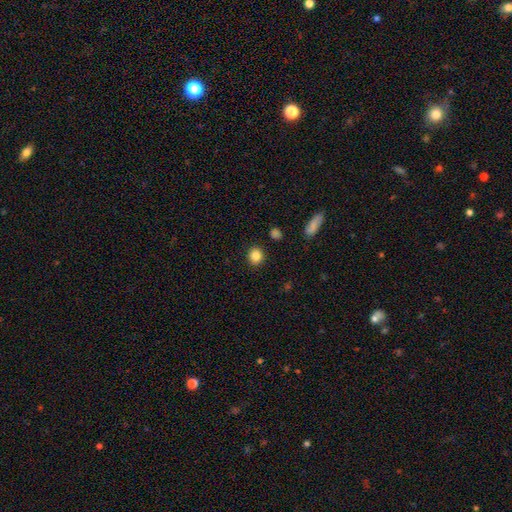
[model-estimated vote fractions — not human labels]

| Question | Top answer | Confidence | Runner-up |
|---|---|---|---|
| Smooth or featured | smooth | 85% | star or artifact (10%) |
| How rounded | round | 80% | in between (19%) |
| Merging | none | 90% | minor disturbance (6%) |